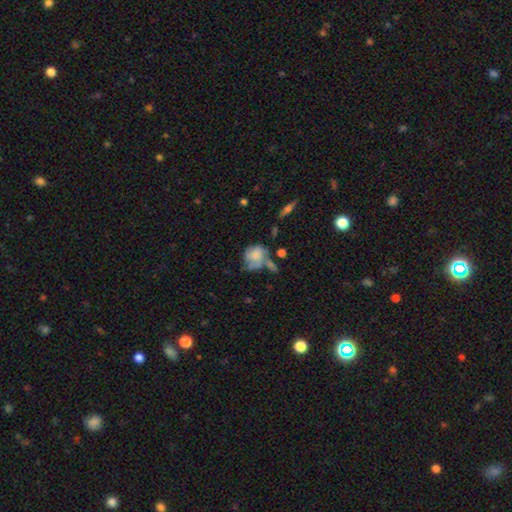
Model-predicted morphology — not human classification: smooth 58%, featured or disk 33%, star or artifact 9%. Down the decision tree: how rounded — round (59%); merging — none (32%).